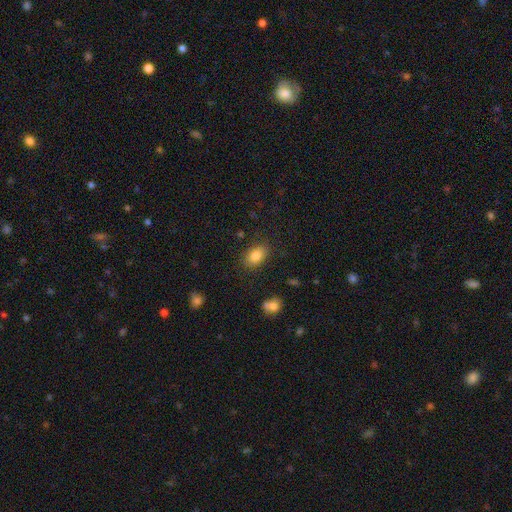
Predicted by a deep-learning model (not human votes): Smooth or featured?
  - smooth: 83% *
  - star or artifact: 9%
  - featured or disk: 8%
How rounded?
  - in between: 84% *
  - round: 15%
  - cigar-shaped: 2%
Merging?
  - none: 84% *
  - minor disturbance: 11%
  - major disturbance: 3%
  - merger: 2%